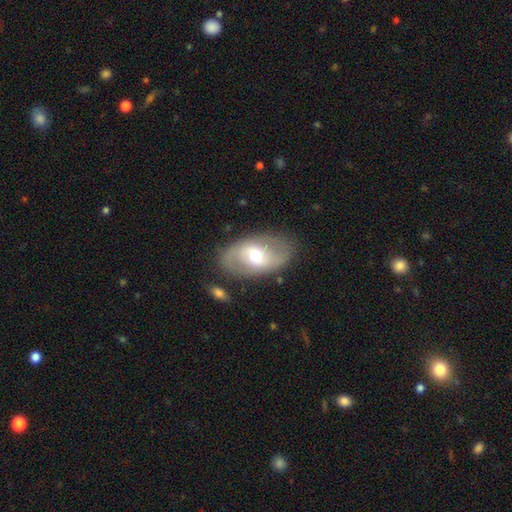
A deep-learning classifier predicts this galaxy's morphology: Smooth or featured: featured or disk — 60% (smooth — 33%)
Edge-on disk: no — 93% (yes — 7%)
Bar: weak — 43% (no — 40%)
Spiral arms: yes — 64% (no — 36%)
Bulge size: moderate — 67% (small — 21%)
Merging: none — 79% (minor disturbance — 13%)